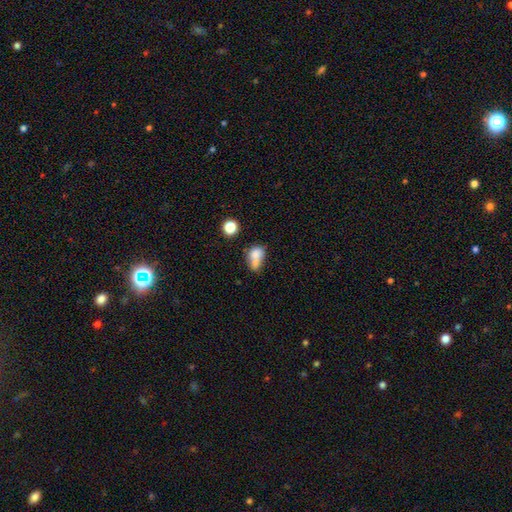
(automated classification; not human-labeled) Smooth or featured?
  - smooth: 71% *
  - featured or disk: 17%
  - star or artifact: 11%
How rounded?
  - in between: 64% *
  - round: 33%
  - cigar-shaped: 3%
Merging?
  - merger: 52% *
  - none: 26%
  - minor disturbance: 13%
  - major disturbance: 9%